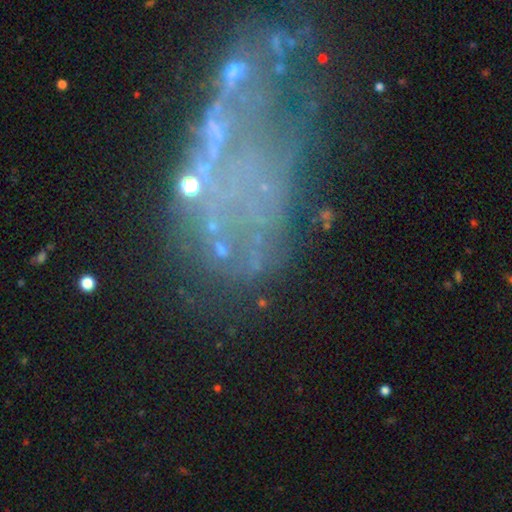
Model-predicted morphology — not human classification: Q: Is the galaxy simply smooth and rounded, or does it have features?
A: featured or disk — 42%.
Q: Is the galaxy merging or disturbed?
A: none — 49%.